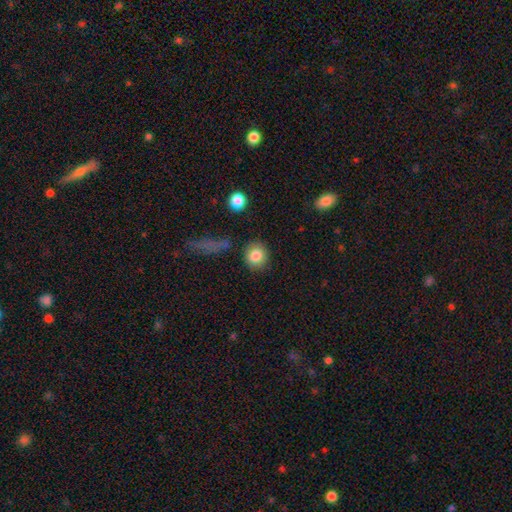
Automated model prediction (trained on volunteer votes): smooth_or_featured: smooth (p=0.84) [alt: star or artifact p=0.09]
how_rounded: round (p=0.83) [alt: in between p=0.15]
merging: none (p=0.83) [alt: minor disturbance p=0.10]